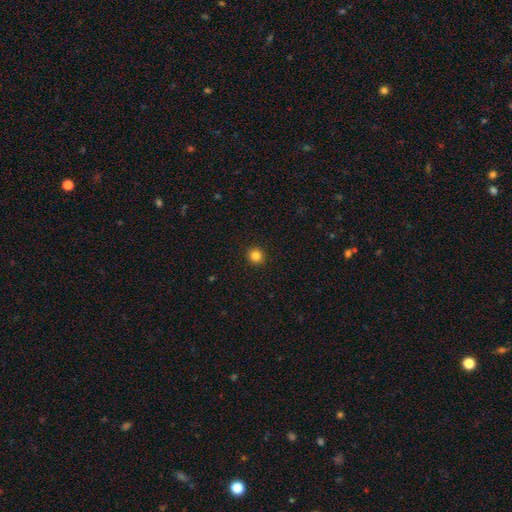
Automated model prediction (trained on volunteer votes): Overall: smooth (83%). How rounded: round (94%). Merging: none (93%).